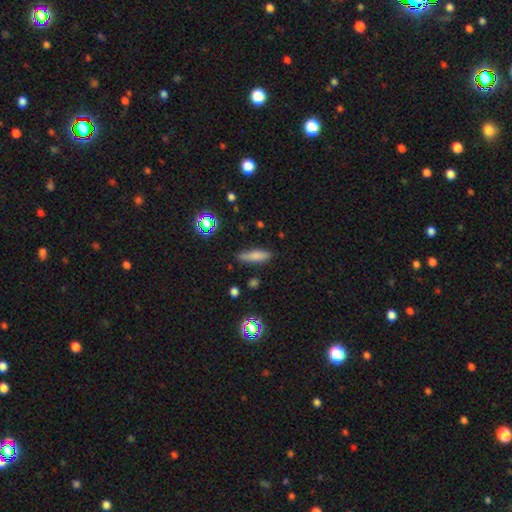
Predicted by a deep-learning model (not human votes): Smooth or featured? smooth (74%)
How rounded? cigar-shaped (62%)
Merging? none (78%)